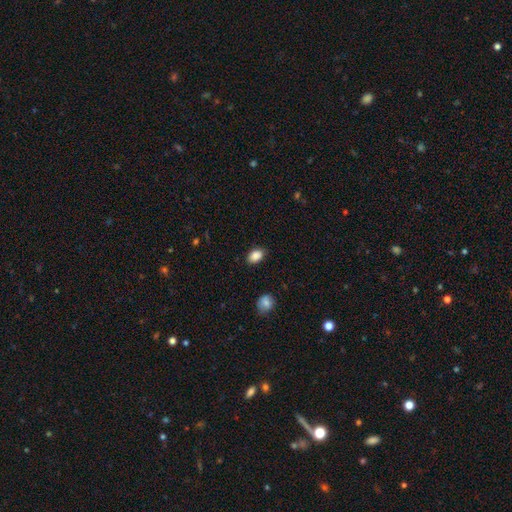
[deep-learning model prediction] Smooth or featured? Predicted: smooth (p=0.88). How rounded? Predicted: in between (p=0.86). Merging? Predicted: none (p=0.85).